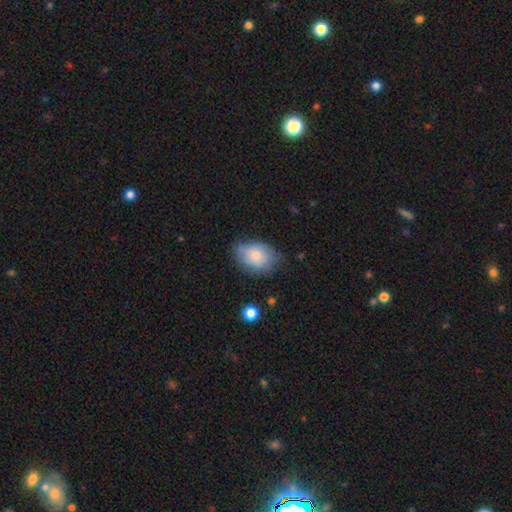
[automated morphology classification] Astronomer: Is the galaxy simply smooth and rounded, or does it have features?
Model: smooth — 76%.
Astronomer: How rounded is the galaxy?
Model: in between — 82%.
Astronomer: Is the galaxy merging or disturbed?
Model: none — 64%.